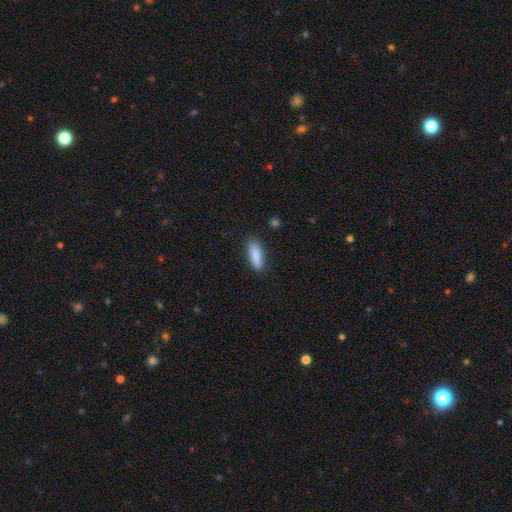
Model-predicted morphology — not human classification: Q: Smooth or featured?
A: smooth (87%); runner-up: star or artifact (6%)
Q: How rounded?
A: cigar-shaped (52%); runner-up: in between (47%)
Q: Merging?
A: none (83%); runner-up: minor disturbance (12%)